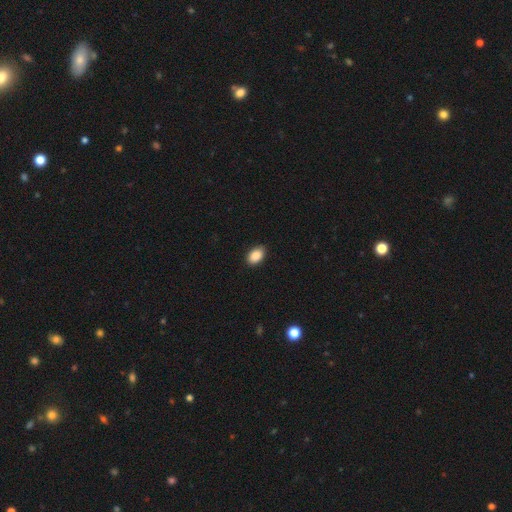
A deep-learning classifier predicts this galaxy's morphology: A smooth galaxy with no disk features (89%) that is in between round and cigar-shaped (90%). Merging: none (88%).